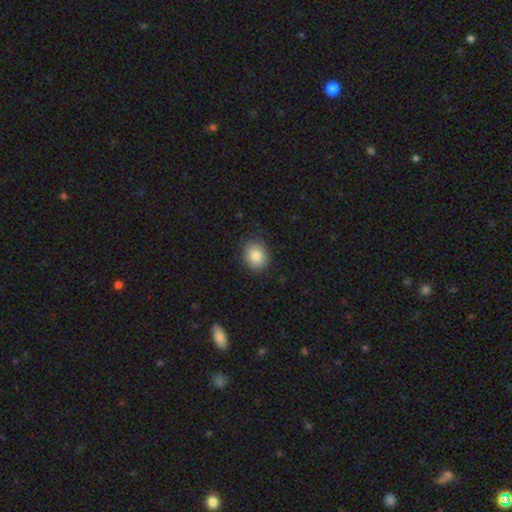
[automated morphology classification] This appears to be a smooth galaxy with no disk features (86%) that is round (55%). Merging: none (85%).